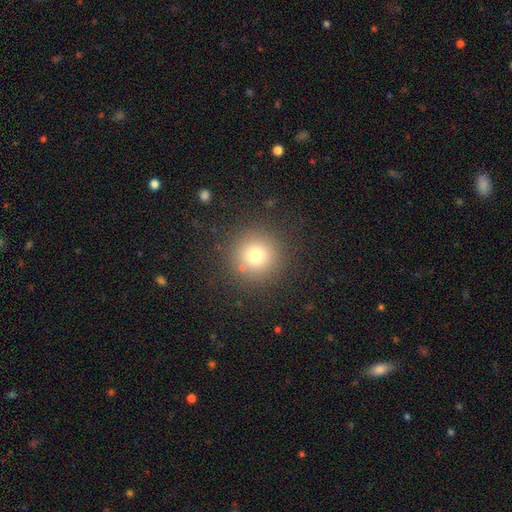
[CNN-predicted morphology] smooth-or-featured: smooth: 74% | star or artifact: 16% | featured or disk: 10%
  how-rounded: round: 95% | in between: 4% | cigar-shaped: 1%
  merging: none: 87% | minor disturbance: 7% | major disturbance: 4% | merger: 2%